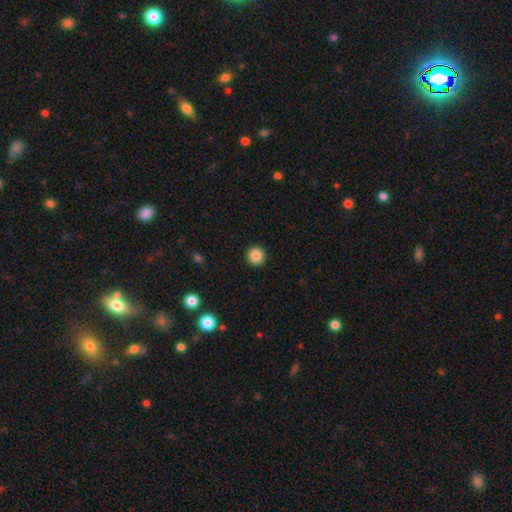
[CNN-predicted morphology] A smooth galaxy with no disk features (86%) that is round (96%). Merging: none (93%).